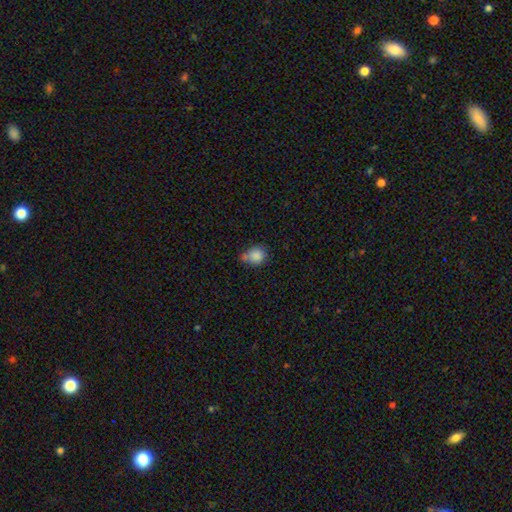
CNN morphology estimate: This appears to be a smooth galaxy with no disk features (84%) that is round (66%). Merging: none (45%).